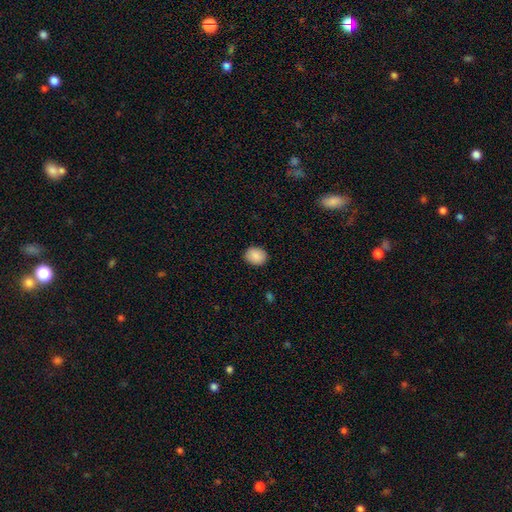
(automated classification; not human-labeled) Smooth or featured? Predicted: smooth (p=0.88). How rounded? Predicted: round (p=0.50). Merging? Predicted: none (p=0.89).